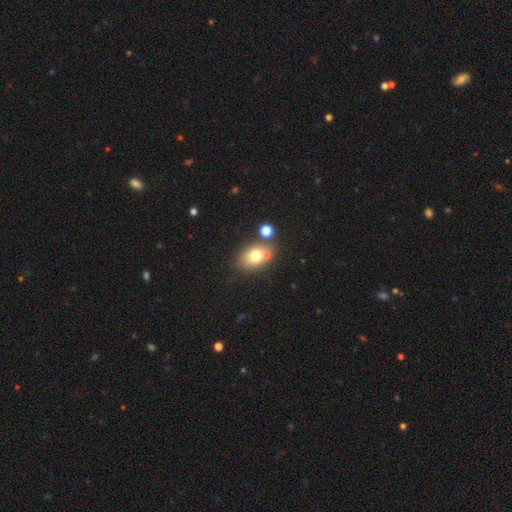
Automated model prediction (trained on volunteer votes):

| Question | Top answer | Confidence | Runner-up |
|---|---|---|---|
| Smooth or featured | smooth | 72% | featured or disk (16%) |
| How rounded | in between | 67% | round (31%) |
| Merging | none | 62% | merger (21%) |